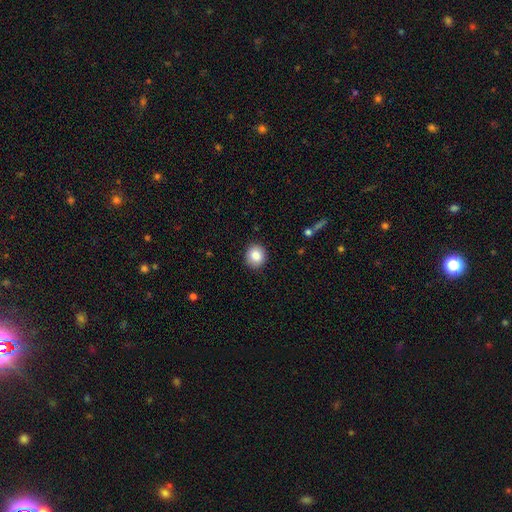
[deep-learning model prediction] Morphology: type=smooth (85%); roundness=round (83%); merging=none (90%).